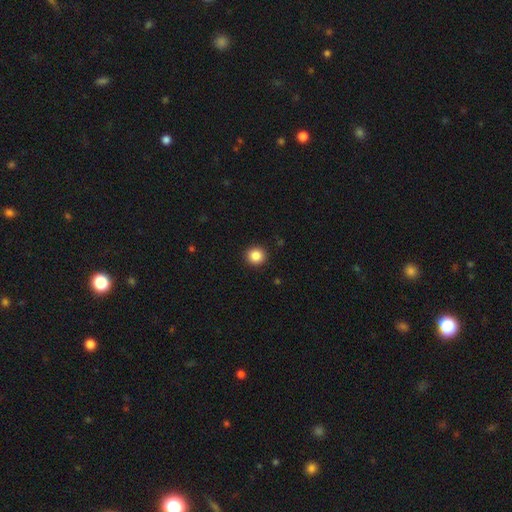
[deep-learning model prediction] A smooth galaxy with no disk features (86%) that is round (93%).

Vote fractions:
- Smooth or featured? smooth: 86% / star or artifact: 10% / featured or disk: 4%
- How rounded? round: 93% / in between: 7% / cigar-shaped: 1%
- Merging? none: 92% / minor disturbance: 5% / major disturbance: 2% / merger: 1%